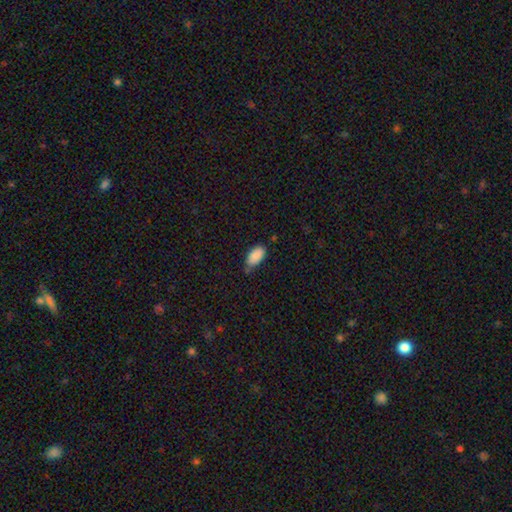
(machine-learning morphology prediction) smooth 89%, star or artifact 7%, featured or disk 4%. Down the decision tree: how rounded — in between (93%); merging — none (61%).